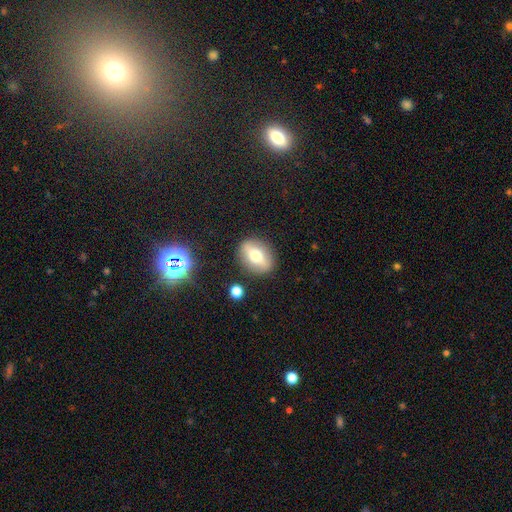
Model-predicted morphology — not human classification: Q: Smooth or featured?
A: smooth (51%); runner-up: featured or disk (40%)
Q: How rounded?
A: in between (59%); runner-up: round (37%)
Q: Merging?
A: none (86%); runner-up: minor disturbance (9%)